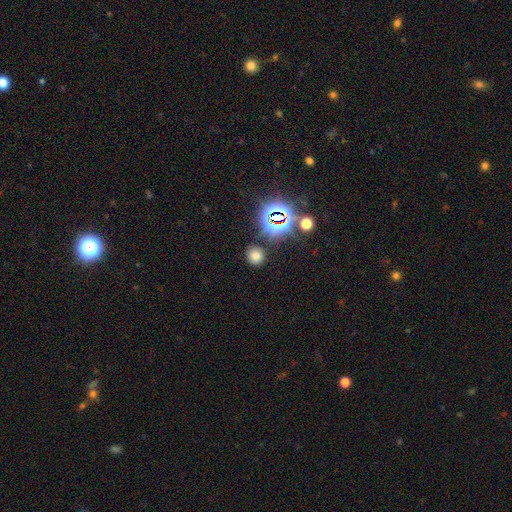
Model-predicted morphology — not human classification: The model was most divided on "smooth or featured": smooth: 68%, star or artifact: 26%, featured or disk: 6%. More confident: merging — none (85%); how rounded — round (84%).